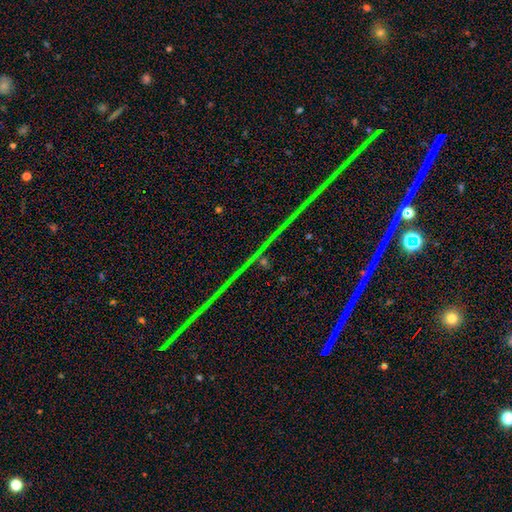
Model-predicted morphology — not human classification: This appears to be a star or artifact, not a galaxy (82%).